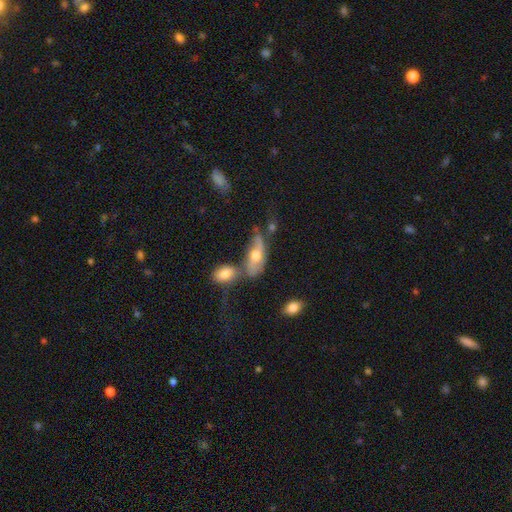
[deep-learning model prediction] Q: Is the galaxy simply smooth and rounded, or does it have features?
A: featured or disk — 48%.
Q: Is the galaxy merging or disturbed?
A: merger — 33%.